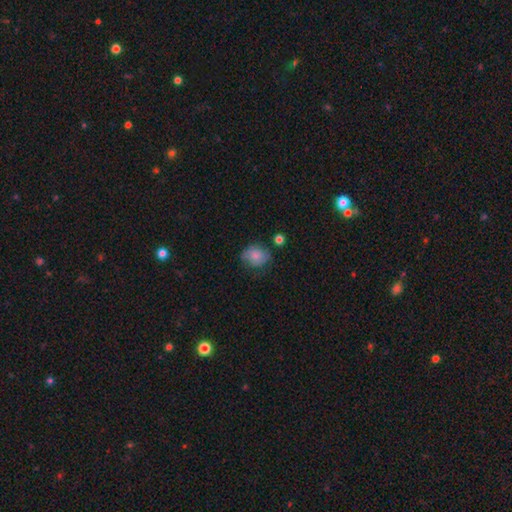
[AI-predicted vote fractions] Smooth or featured? Predicted: smooth (p=0.79). How rounded? Predicted: round (p=0.53). Merging? Predicted: none (p=0.63).